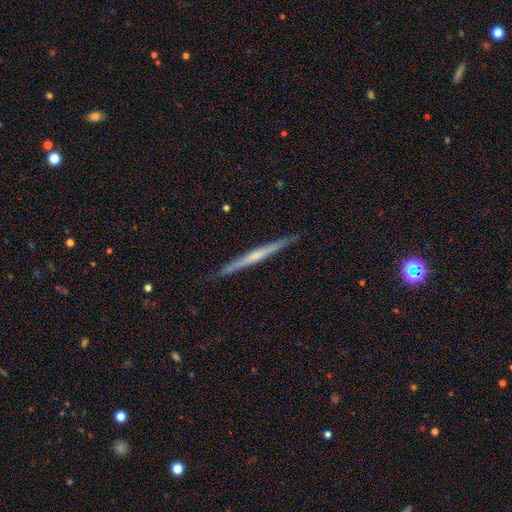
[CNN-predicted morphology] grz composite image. It shows a featured or disk galaxy (66%) viewed edge-on (98%) with no central bulge (56%). Merging: none (90%).